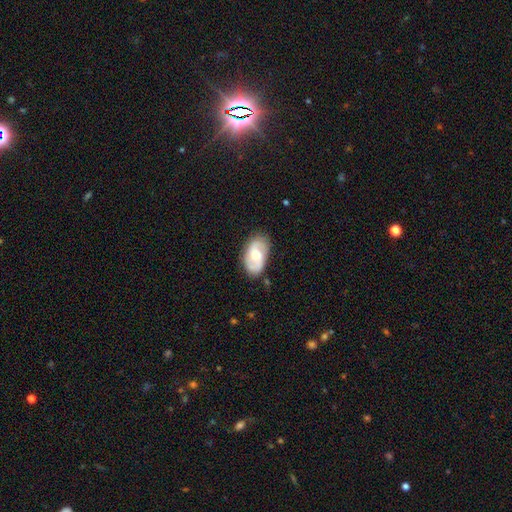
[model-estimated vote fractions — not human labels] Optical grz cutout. It shows a featured or disk galaxy (68%) with no bar (51%), 2 (85%) medium (47%) spiral arms (91%) and a moderate central bulge (58%). Merging: none (78%).